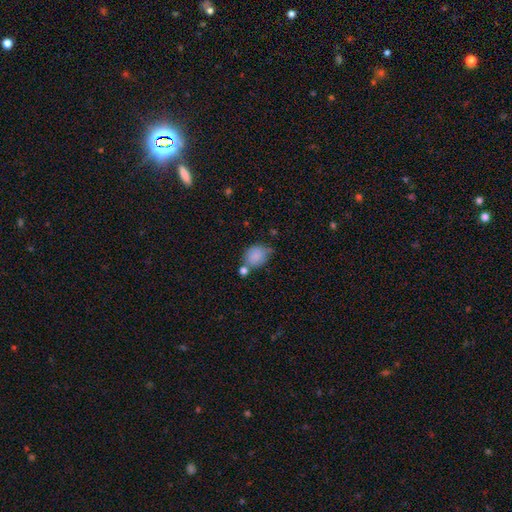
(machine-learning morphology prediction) A smooth galaxy with no disk features (83%) that is round (51%). Merging: none (48%).